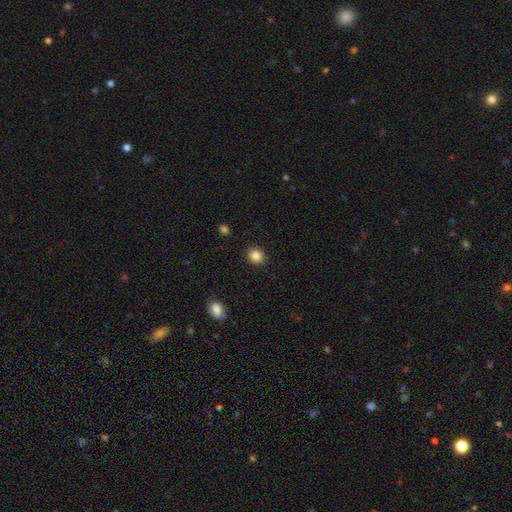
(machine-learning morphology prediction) Smooth or featured?
  - smooth: 86% *
  - star or artifact: 10%
  - featured or disk: 4%
How rounded?
  - round: 79% *
  - in between: 20%
  - cigar-shaped: 1%
Merging?
  - none: 91% *
  - minor disturbance: 6%
  - major disturbance: 2%
  - merger: 1%